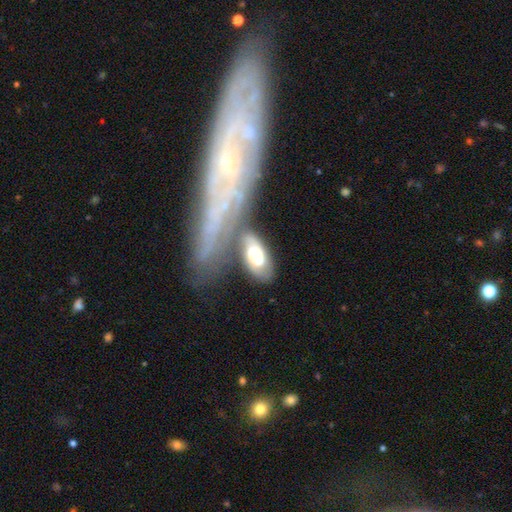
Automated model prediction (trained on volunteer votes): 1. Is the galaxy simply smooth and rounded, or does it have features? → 49% featured or disk, 45% smooth, 6% star or artifact.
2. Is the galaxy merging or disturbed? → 39% none, 33% merger, 17% minor disturbance, 11% major disturbance.